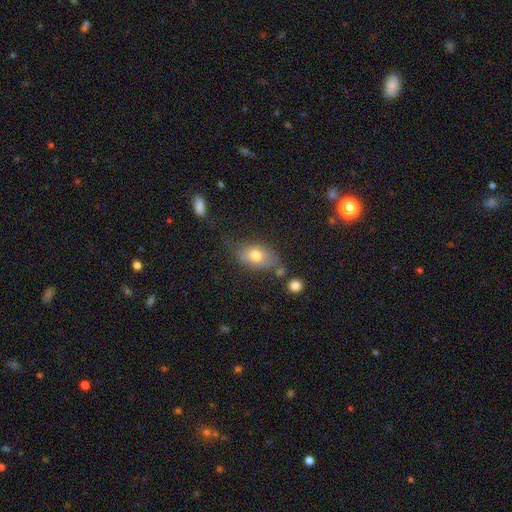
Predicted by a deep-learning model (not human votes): Q: Smooth or featured?
A: smooth (72%); runner-up: featured or disk (19%)
Q: How rounded?
A: in between (83%); runner-up: round (15%)
Q: Merging?
A: none (53%); runner-up: minor disturbance (28%)